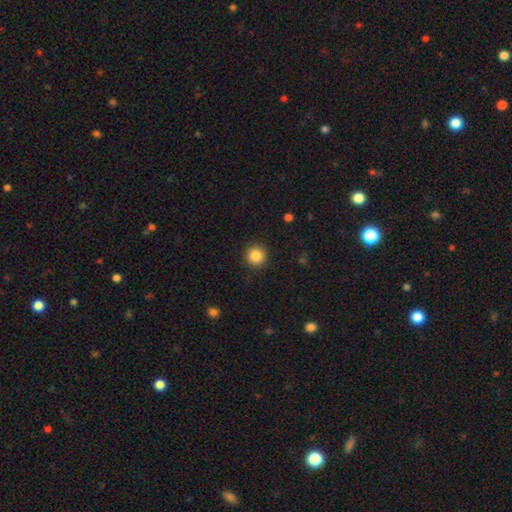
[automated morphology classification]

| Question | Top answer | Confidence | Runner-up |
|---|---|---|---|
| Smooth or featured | smooth | 86% | star or artifact (10%) |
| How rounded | round | 94% | in between (5%) |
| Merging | none | 92% | minor disturbance (5%) |